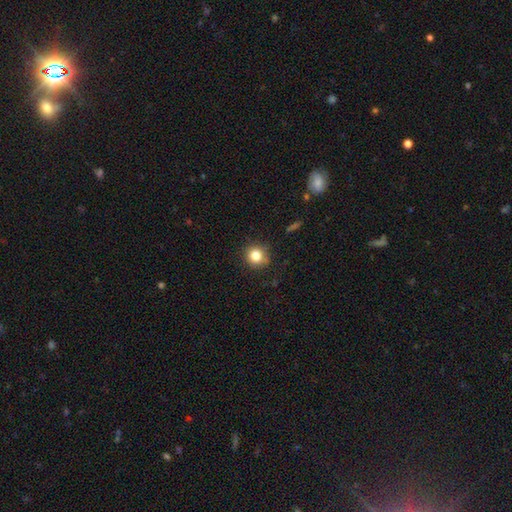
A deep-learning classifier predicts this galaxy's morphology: smooth_or_featured: smooth (p=0.82) [alt: star or artifact p=0.12]
how_rounded: round (p=0.91) [alt: in between p=0.08]
merging: none (p=0.85) [alt: minor disturbance p=0.11]